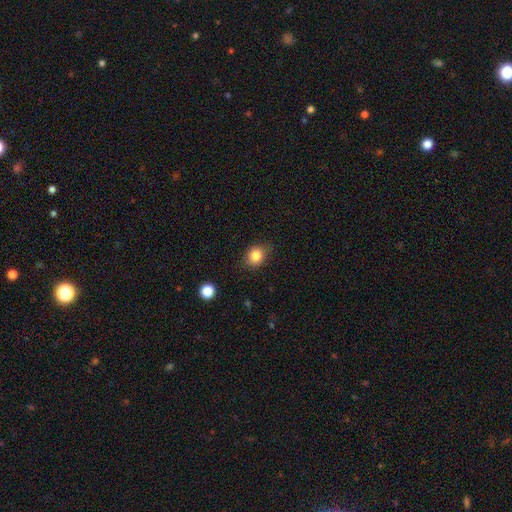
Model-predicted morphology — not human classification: Smooth or featured? smooth (83%)
How rounded? round (59%)
Merging? none (81%)